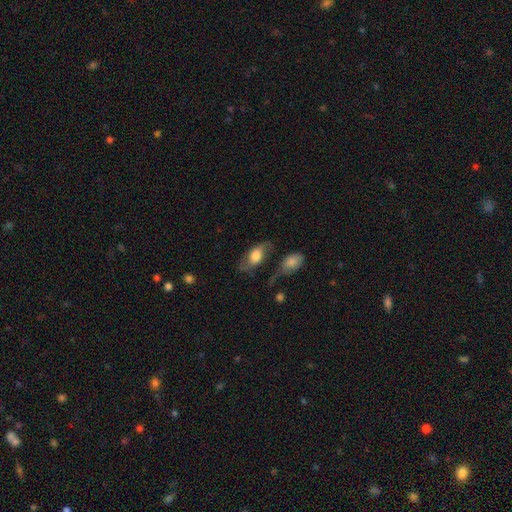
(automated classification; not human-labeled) A smooth galaxy with no disk features (55%) that is in between round and cigar-shaped (88%). Merging: none (51%).